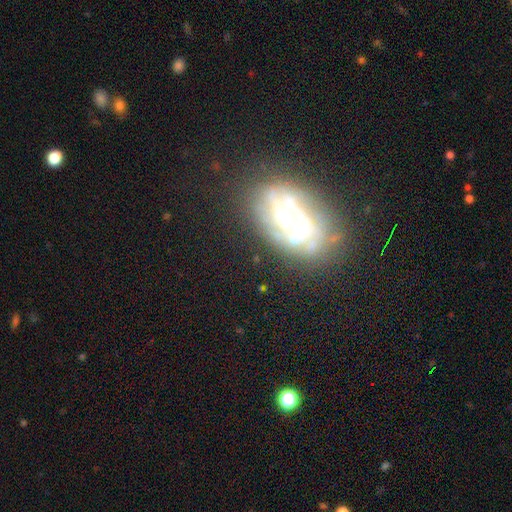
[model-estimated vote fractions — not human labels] This appears to be a featured or disk galaxy (56%). Merging: none (69%).